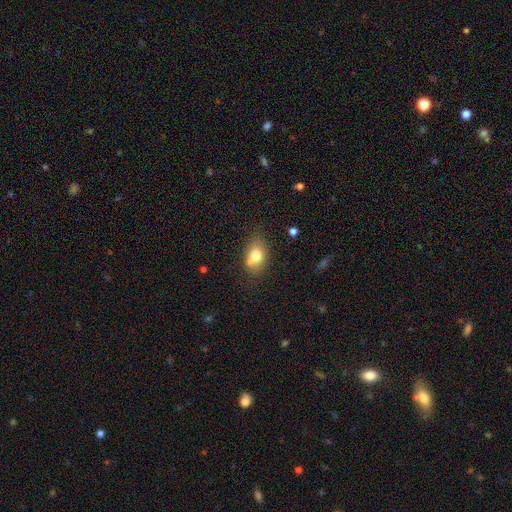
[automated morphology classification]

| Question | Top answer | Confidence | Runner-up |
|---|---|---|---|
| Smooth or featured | smooth | 74% | featured or disk (17%) |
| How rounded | in between | 73% | round (25%) |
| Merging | none | 60% | minor disturbance (19%) |